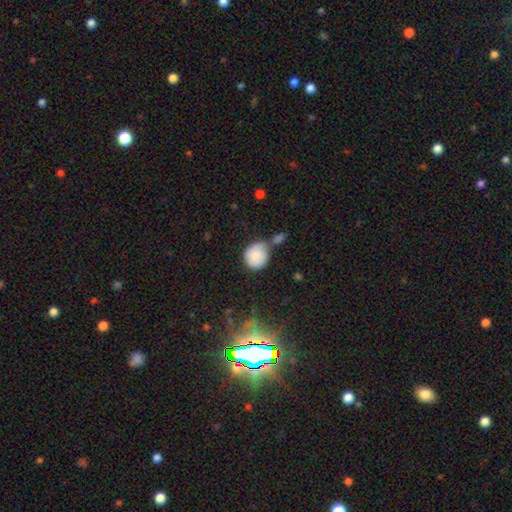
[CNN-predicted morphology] Smooth or featured? Predicted: smooth (p=0.83). How rounded? Predicted: round (p=0.80). Merging? Predicted: none (p=0.44).